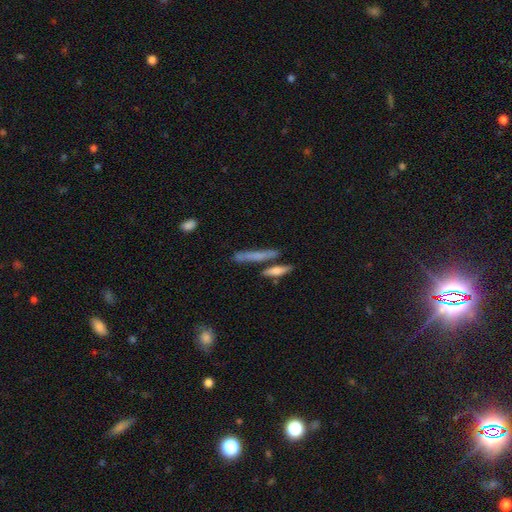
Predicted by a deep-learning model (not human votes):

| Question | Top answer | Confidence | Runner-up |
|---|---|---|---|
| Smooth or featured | smooth | 51% | featured or disk (38%) |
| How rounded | cigar-shaped | 88% | in between (9%) |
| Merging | none | 63% | merger (19%) |